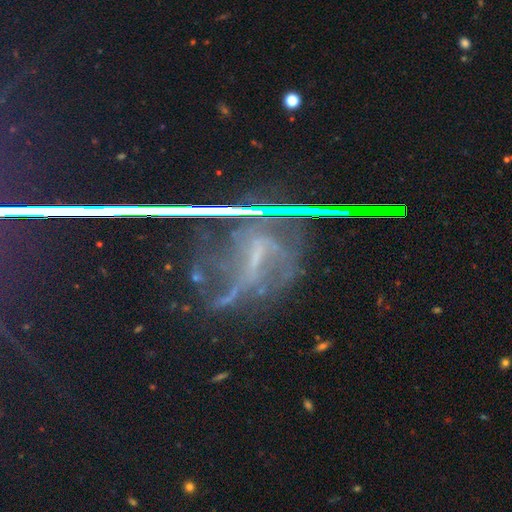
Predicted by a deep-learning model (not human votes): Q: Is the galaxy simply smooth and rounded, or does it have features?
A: featured or disk — 51%.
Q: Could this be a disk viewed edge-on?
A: no — 83%.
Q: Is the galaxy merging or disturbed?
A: none — 49%.